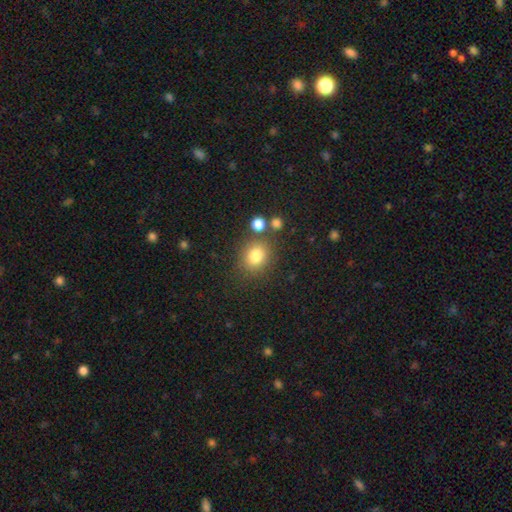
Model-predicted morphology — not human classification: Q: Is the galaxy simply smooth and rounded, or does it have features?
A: smooth — 81%.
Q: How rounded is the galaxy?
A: round — 70%.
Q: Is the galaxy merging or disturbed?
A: none — 77%.